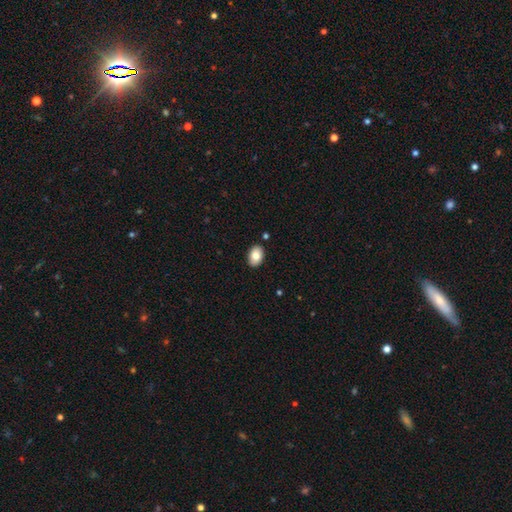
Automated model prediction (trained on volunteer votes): smooth-or-featured: smooth: 83% | featured or disk: 10% | star or artifact: 7%
  how-rounded: in between: 87% | round: 12% | cigar-shaped: 1%
  merging: none: 88% | minor disturbance: 8% | merger: 2% | major disturbance: 2%